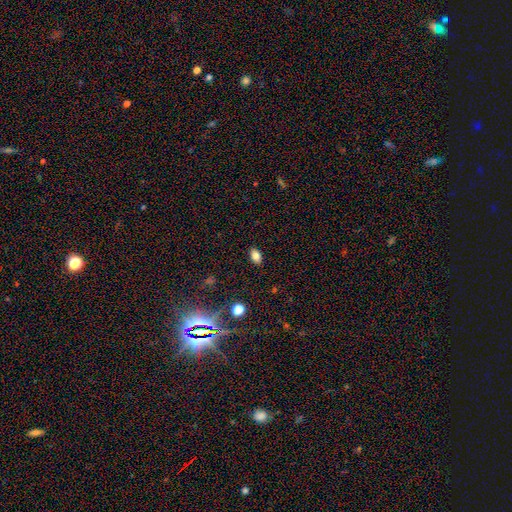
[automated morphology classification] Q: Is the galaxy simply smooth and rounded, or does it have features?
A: smooth — 81%.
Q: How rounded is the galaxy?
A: in between — 88%.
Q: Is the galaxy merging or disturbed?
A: none — 88%.